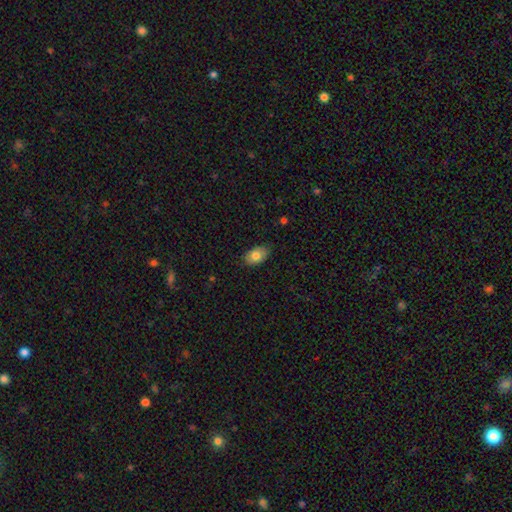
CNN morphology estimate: This is clearly a smooth galaxy (81%). How rounded: clearly in between (88%). Merging: clearly none (82%).